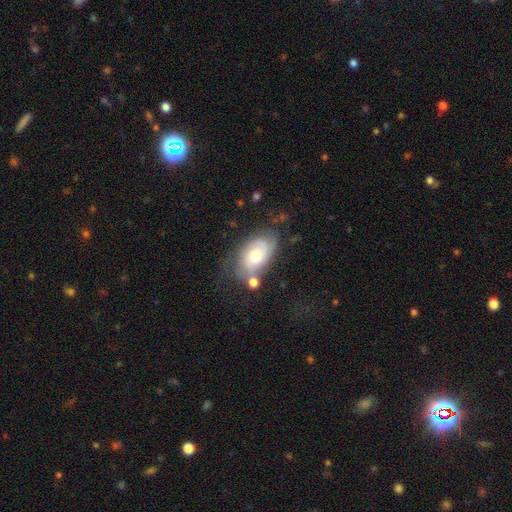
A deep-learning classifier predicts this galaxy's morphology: featured or disk 52%, smooth 40%, star or artifact 7%. Down the decision tree: edge-on disk — no (94%); merging — none (52%).